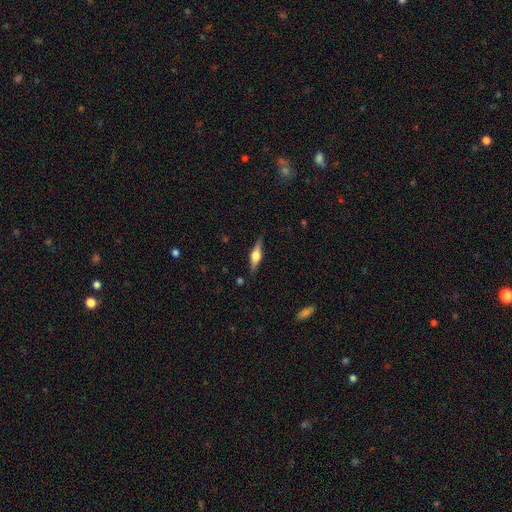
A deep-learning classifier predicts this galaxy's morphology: The model was most divided on "smooth or featured": featured or disk: 69%, smooth: 26%, star or artifact: 6%. More confident: edge-on disk — yes (97%); edge-on bulge — rounded (91%); merging — none (87%).